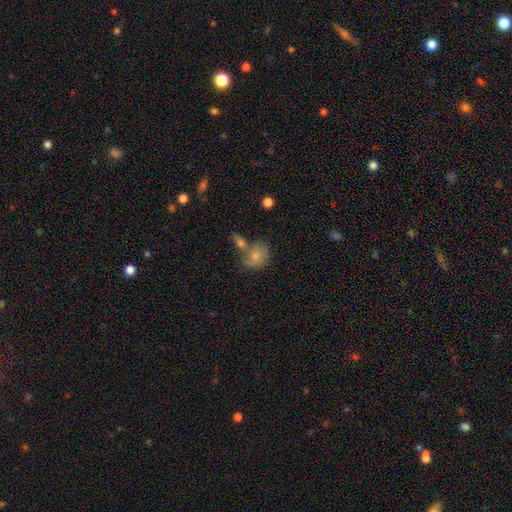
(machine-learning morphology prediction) smooth 73%, featured or disk 19%, star or artifact 8%. Down the decision tree: how rounded — round (50%); merging — merger (39%).